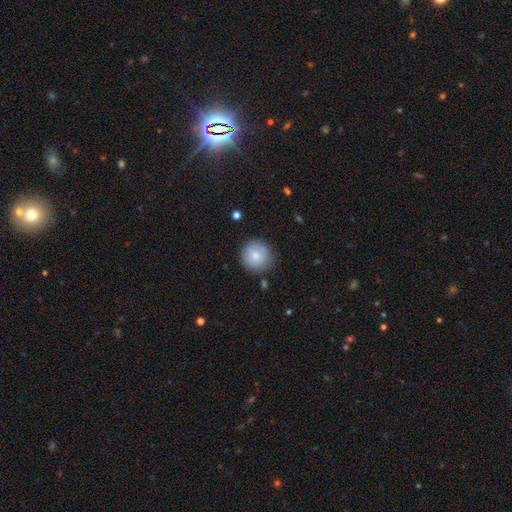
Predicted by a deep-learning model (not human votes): The model was most divided on "smooth or featured": smooth: 80%, featured or disk: 12%, star or artifact: 8%. More confident: how rounded — round (94%); merging — none (82%).